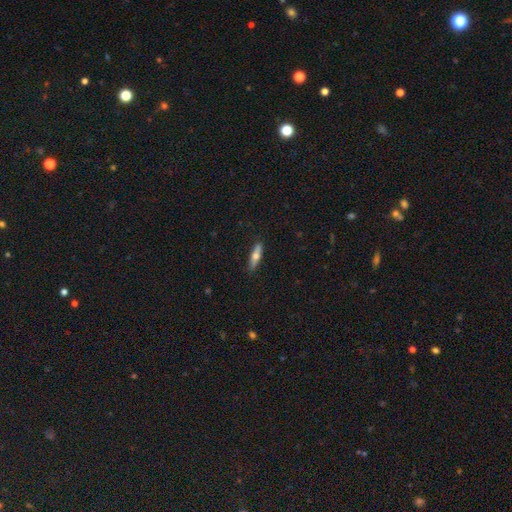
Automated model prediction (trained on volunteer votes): Smooth or featured? Predicted: smooth (p=0.59). How rounded? Predicted: cigar-shaped (p=0.72). Merging? Predicted: none (p=0.88).